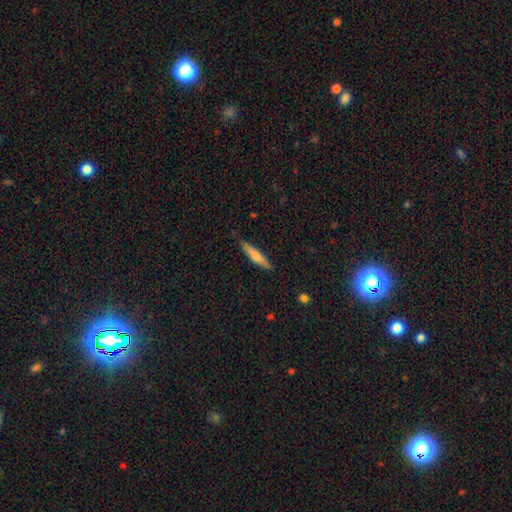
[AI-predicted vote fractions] The model was most divided on "smooth or featured": smooth: 66%, featured or disk: 28%, star or artifact: 6%. More confident: how rounded — cigar-shaped (85%); merging — none (84%).